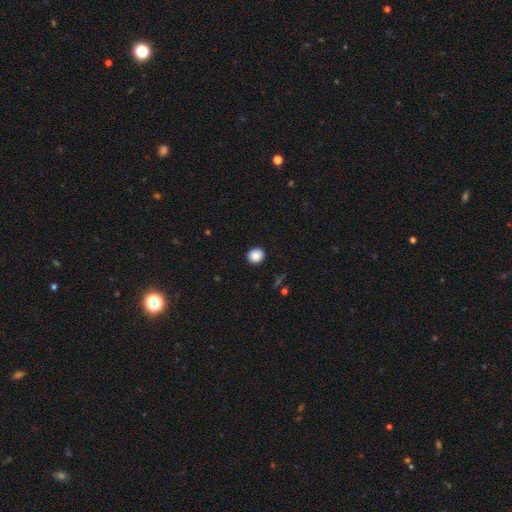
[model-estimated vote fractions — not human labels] Smooth or featured: smooth — 87% (star or artifact — 9%)
How rounded: round — 87% (in between — 12%)
Merging: none — 92% (minor disturbance — 5%)